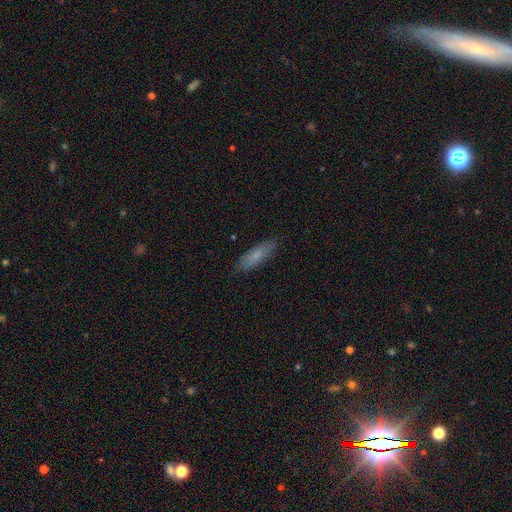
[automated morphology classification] smooth-or-featured: smooth: 80% | featured or disk: 13% | star or artifact: 7%
  how-rounded: cigar-shaped: 63% | in between: 35% | round: 2%
  merging: none: 85% | minor disturbance: 11% | major disturbance: 2% | merger: 1%